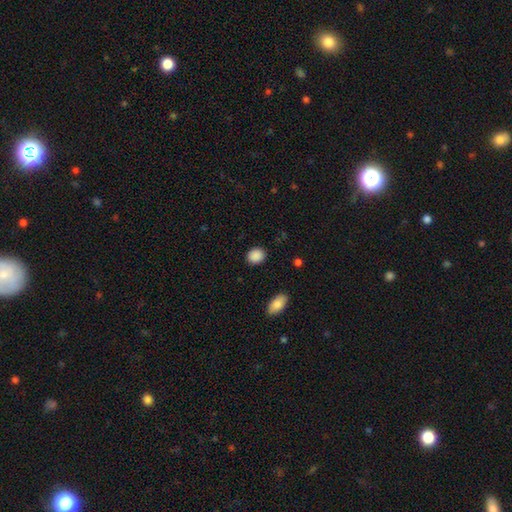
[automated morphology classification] smooth-or-featured: smooth: 89% | star or artifact: 8% | featured or disk: 3%
  how-rounded: round: 60% | in between: 39% | cigar-shaped: 1%
  merging: none: 89% | minor disturbance: 7% | major disturbance: 2% | merger: 1%